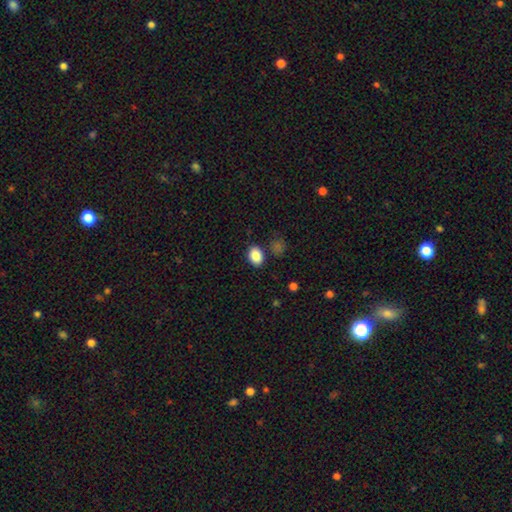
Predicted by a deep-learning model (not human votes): Q: Smooth or featured?
A: smooth (87%); runner-up: star or artifact (8%)
Q: How rounded?
A: in between (75%); runner-up: round (24%)
Q: Merging?
A: none (82%); runner-up: minor disturbance (11%)